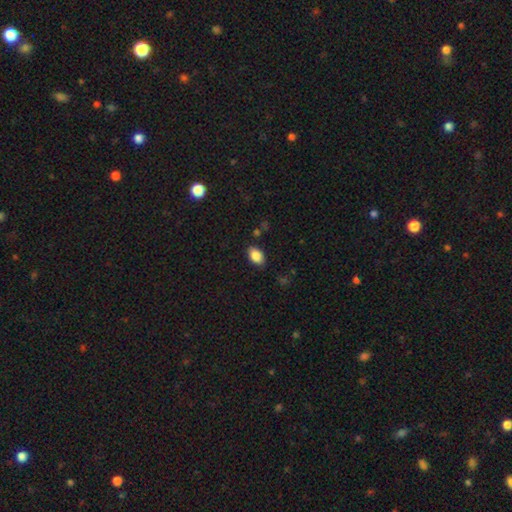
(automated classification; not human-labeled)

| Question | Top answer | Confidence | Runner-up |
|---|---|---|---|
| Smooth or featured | smooth | 87% | star or artifact (8%) |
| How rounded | in between | 89% | round (10%) |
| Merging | none | 84% | minor disturbance (12%) |